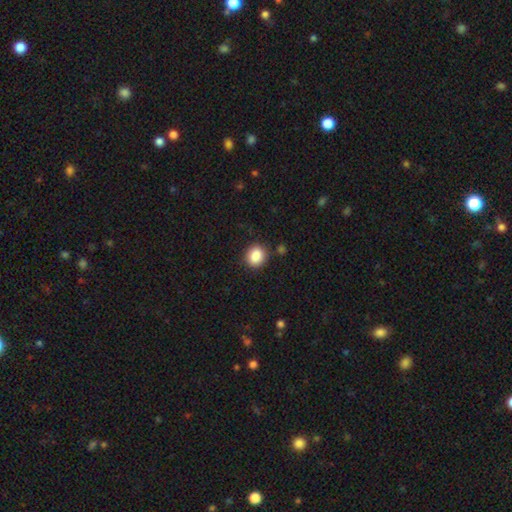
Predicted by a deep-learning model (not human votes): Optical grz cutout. It shows a smooth galaxy with no disk features (87%) that is round (69%). Merging: none (86%).